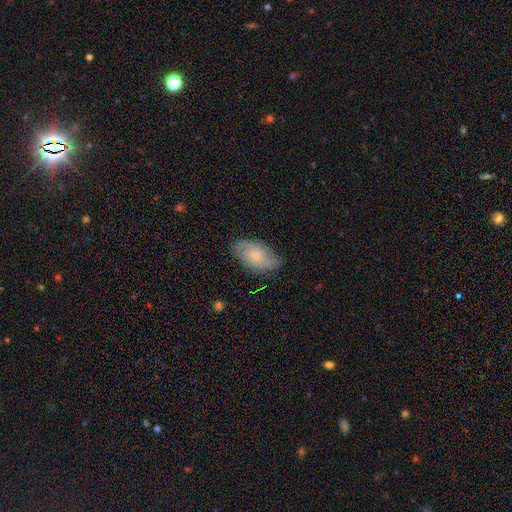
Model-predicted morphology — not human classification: Smooth or featured? featured or disk (52%)
Edge-on disk? no (94%)
Merging? none (74%)